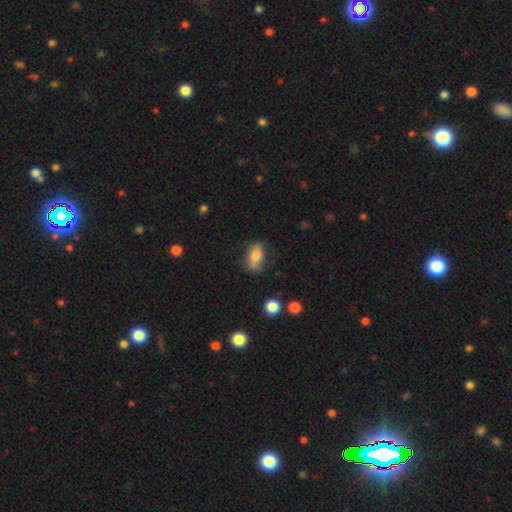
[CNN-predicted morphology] Q: Smooth or featured?
A: smooth (79%); runner-up: featured or disk (13%)
Q: How rounded?
A: in between (87%); runner-up: round (9%)
Q: Merging?
A: none (66%); runner-up: minor disturbance (23%)